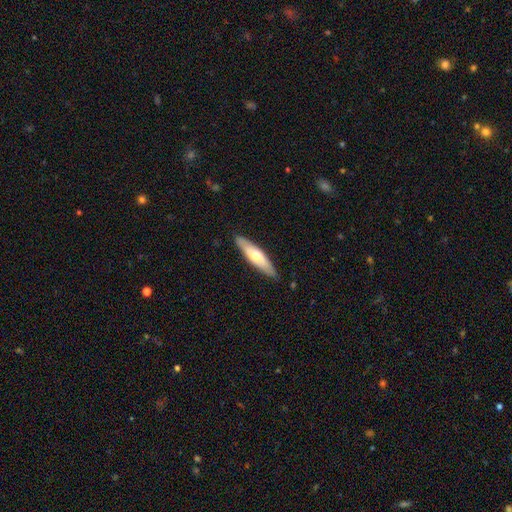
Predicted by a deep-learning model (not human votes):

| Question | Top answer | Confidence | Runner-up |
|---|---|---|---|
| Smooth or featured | smooth | 54% | featured or disk (41%) |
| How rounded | cigar-shaped | 72% | in between (27%) |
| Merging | none | 87% | minor disturbance (10%) |